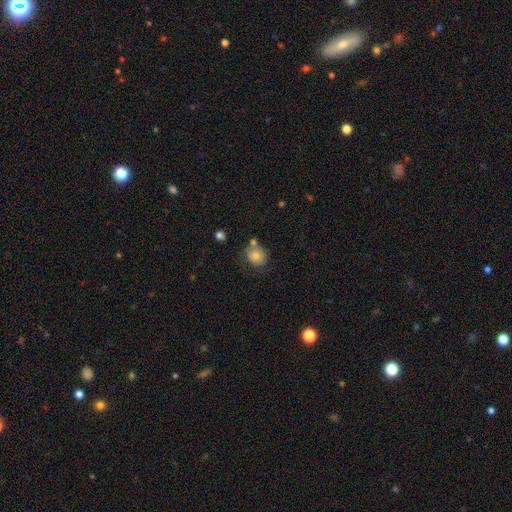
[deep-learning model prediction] Overall: smooth (79%). How rounded: round (72%). Merging: none (58%; minor disturbance 19%).